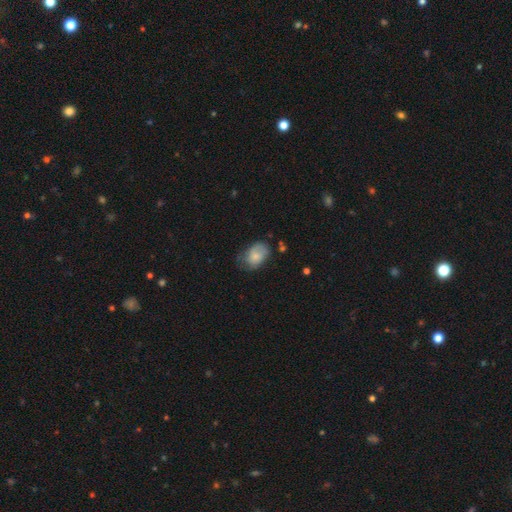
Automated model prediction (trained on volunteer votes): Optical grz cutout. It shows a smooth galaxy with no disk features (72%) that is in between round and cigar-shaped (81%). Merging: none (49%).